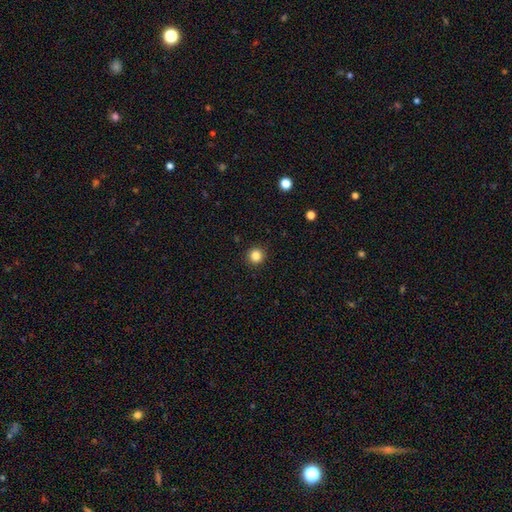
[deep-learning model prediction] Morphology: type=smooth (84%); roundness=round (95%); merging=none (93%).